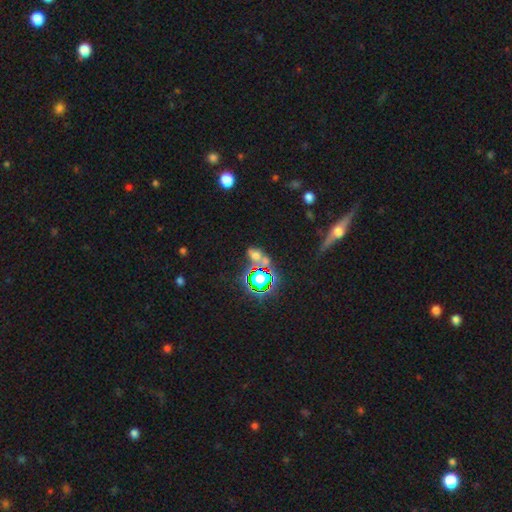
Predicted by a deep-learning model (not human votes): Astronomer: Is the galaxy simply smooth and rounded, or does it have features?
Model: star or artifact — 56%.